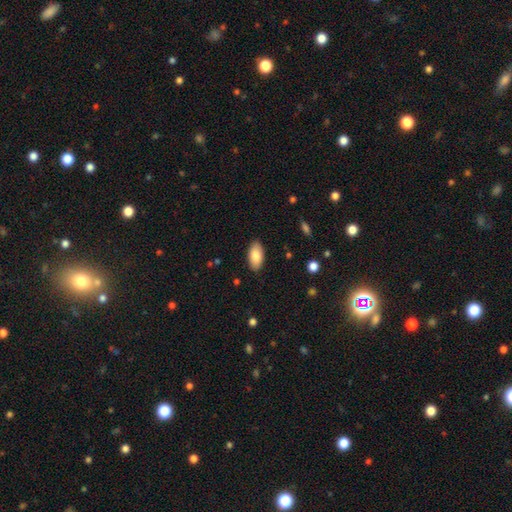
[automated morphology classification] Smooth or featured? Predicted: smooth (p=0.85). How rounded? Predicted: in between (p=0.94). Merging? Predicted: none (p=0.88).